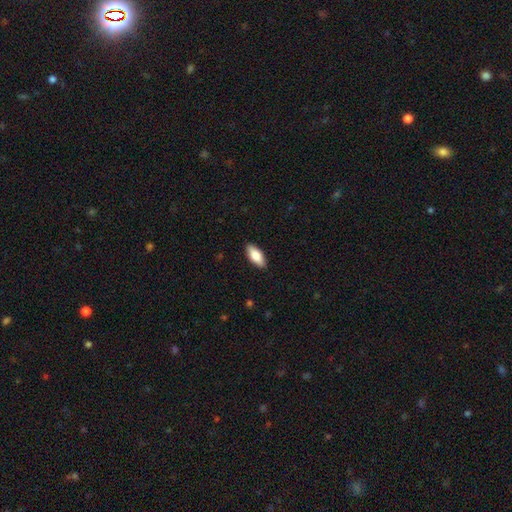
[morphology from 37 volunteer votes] A smooth galaxy with no disk features (76%) that is in between round and cigar-shaped (96%).

Vote fractions:
- Smooth or featured? smooth: 76% / featured or disk: 19% / star or artifact: 5%
- How rounded? in between: 96% / cigar-shaped: 4% / round: 0%
- Merging? none: 91% / minor disturbance: 6% / major disturbance: 3% / merger: 0%